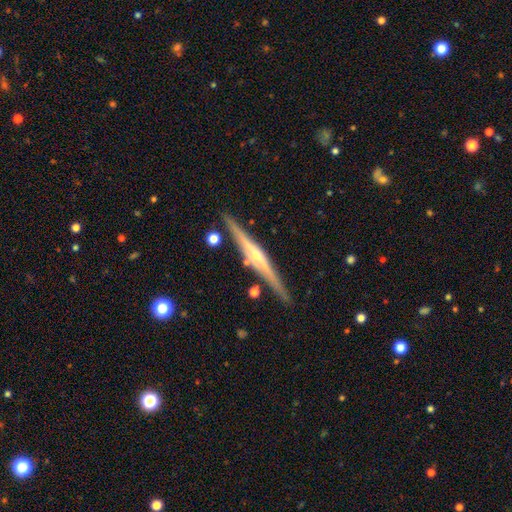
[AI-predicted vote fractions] A featured or disk galaxy (83%) viewed edge-on (98%) with a rounded central bulge (80%).

Vote fractions:
- Smooth or featured? featured or disk: 83% / smooth: 12% / star or artifact: 6%
- Edge-on disk? yes: 98% / no: 2%
- Edge-on bulge? rounded: 80% / none: 12% / boxy: 8%
- Merging? none: 89% / minor disturbance: 7% / merger: 2% / major disturbance: 2%